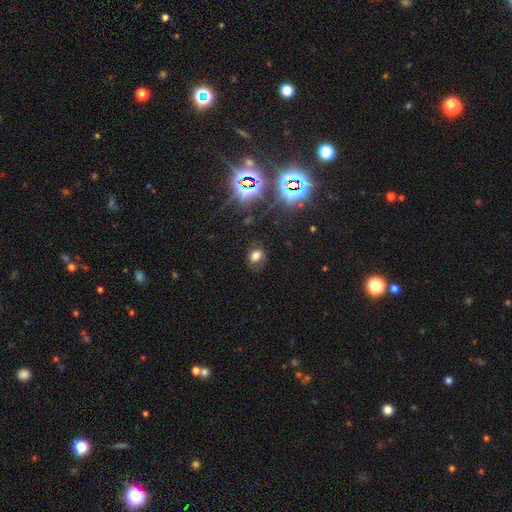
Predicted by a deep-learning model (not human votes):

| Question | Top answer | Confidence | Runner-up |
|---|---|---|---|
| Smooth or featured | smooth | 63% | star or artifact (24%) |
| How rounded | round | 54% | in between (45%) |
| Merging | none | 74% | minor disturbance (17%) |